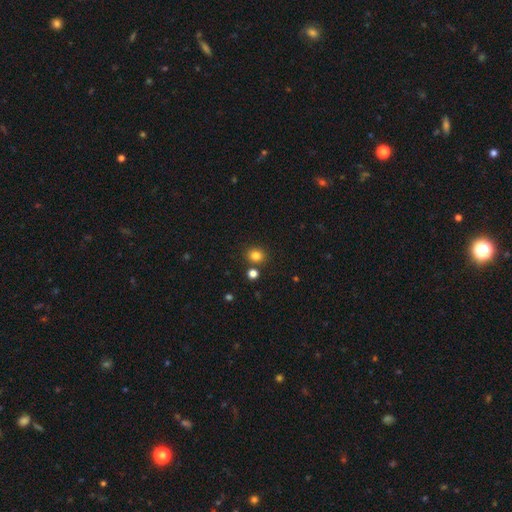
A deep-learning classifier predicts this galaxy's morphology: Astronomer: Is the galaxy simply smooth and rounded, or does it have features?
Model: smooth — 82%.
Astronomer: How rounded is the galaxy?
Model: round — 73%.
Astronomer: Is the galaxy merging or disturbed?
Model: none — 80%.